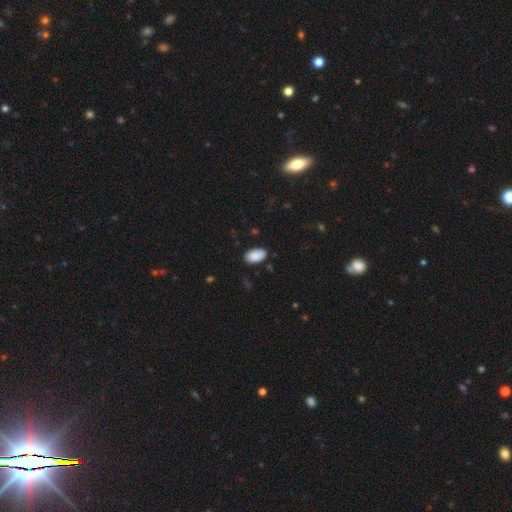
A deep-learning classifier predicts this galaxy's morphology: smooth-or-featured: smooth: 90% | star or artifact: 7% | featured or disk: 4%
  how-rounded: in between: 95% | round: 4% | cigar-shaped: 1%
  merging: none: 84% | minor disturbance: 13% | major disturbance: 2% | merger: 1%